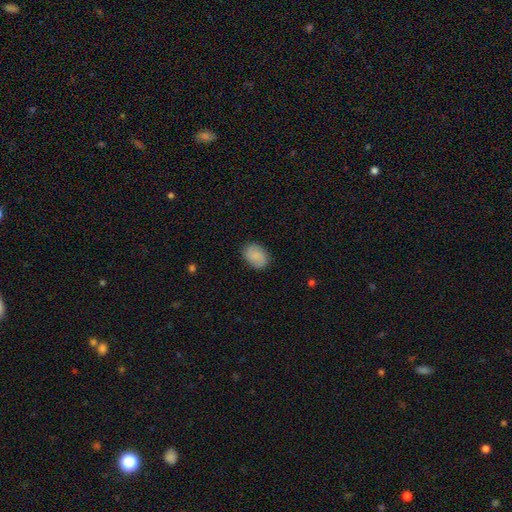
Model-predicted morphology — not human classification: smooth_or_featured: smooth (p=0.70) [alt: featured or disk p=0.23]
how_rounded: in between (p=0.71) [alt: round p=0.28]
merging: none (p=0.85) [alt: minor disturbance p=0.11]